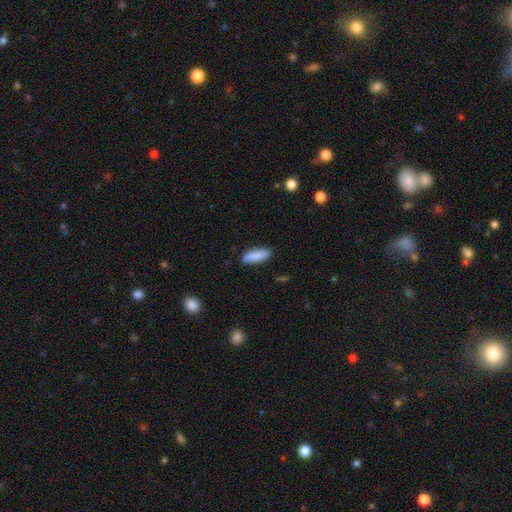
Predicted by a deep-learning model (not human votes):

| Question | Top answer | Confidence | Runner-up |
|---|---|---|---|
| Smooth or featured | smooth | 85% | featured or disk (9%) |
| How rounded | in between | 62% | cigar-shaped (36%) |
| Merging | none | 83% | minor disturbance (14%) |